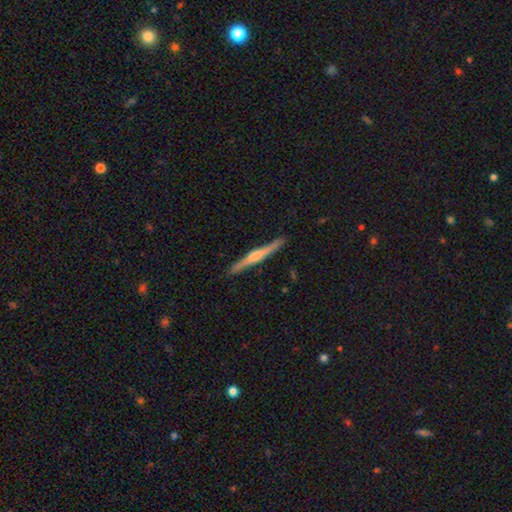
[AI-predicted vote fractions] This is likely a featured or disk galaxy (66%). It is clearly viewed edge-on (98%). Edge-on bulge: likely rounded (63%). Merging: clearly none (89%).